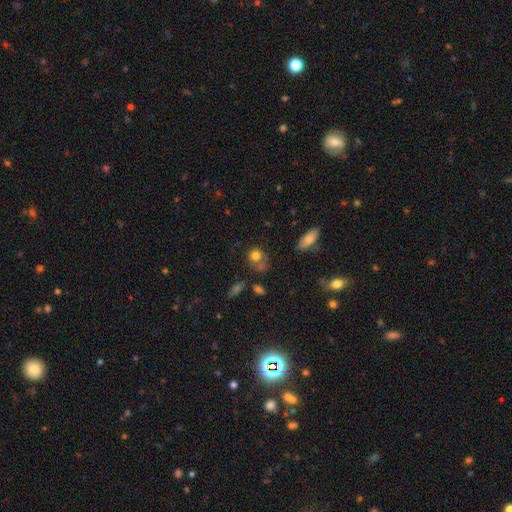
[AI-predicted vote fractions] The model was most divided on "merging": none: 43%, minor disturbance: 24%, major disturbance: 18%, merger: 16%. More confident: smooth or featured — smooth (76%); how rounded — round (63%).